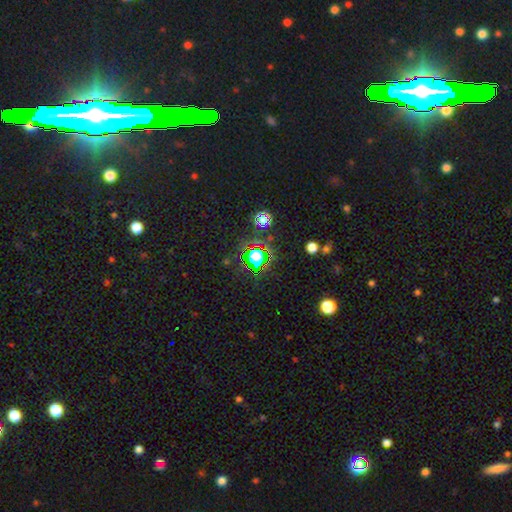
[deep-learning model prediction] smooth-or-featured: star or artifact: 68% | smooth: 22% | featured or disk: 11%